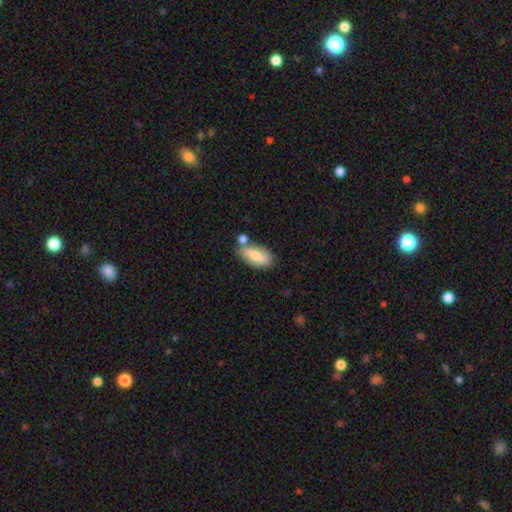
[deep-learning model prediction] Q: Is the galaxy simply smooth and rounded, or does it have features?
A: smooth — 74%.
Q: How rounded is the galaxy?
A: in between — 82%.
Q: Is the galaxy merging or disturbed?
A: none — 61%.